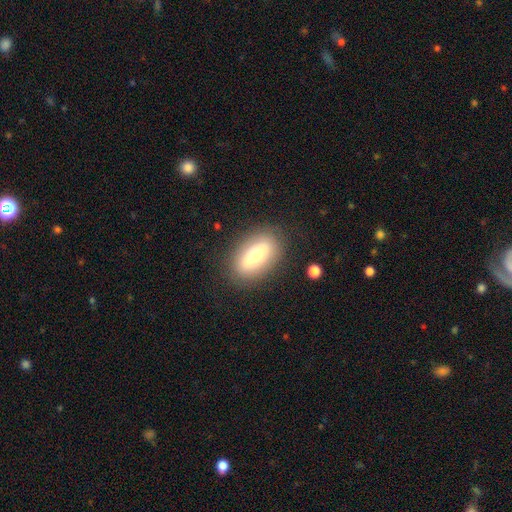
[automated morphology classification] Smooth or featured? Predicted: smooth (p=0.63). How rounded? Predicted: in between (p=0.85). Merging? Predicted: none (p=0.83).